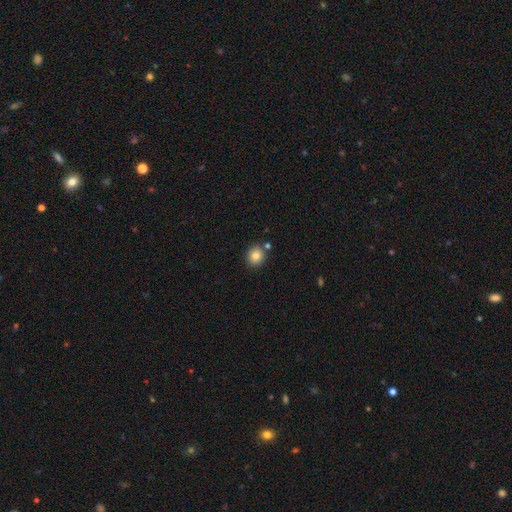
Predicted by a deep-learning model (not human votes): smooth_or_featured: smooth (p=0.84) [alt: star or artifact p=0.10]
how_rounded: round (p=0.80) [alt: in between p=0.19]
merging: none (p=0.81) [alt: minor disturbance p=0.09]